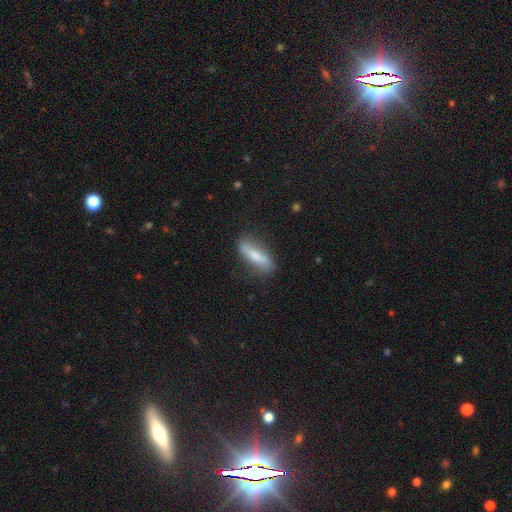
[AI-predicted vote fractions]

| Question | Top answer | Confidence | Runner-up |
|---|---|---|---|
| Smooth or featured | smooth | 66% | featured or disk (27%) |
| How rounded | cigar-shaped | 62% | in between (36%) |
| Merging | none | 77% | minor disturbance (16%) |